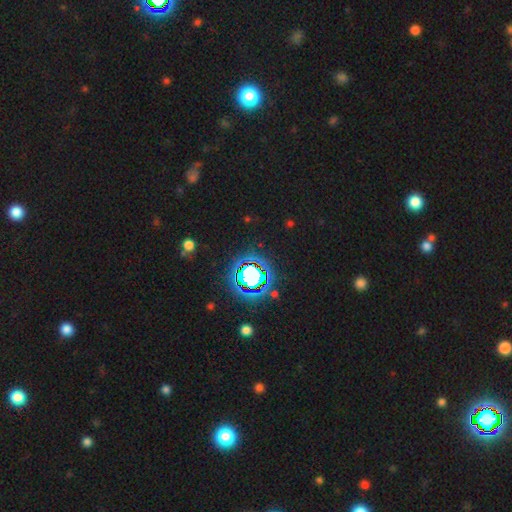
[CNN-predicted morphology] This is likely a star or artifact rather than a galaxy (80%).